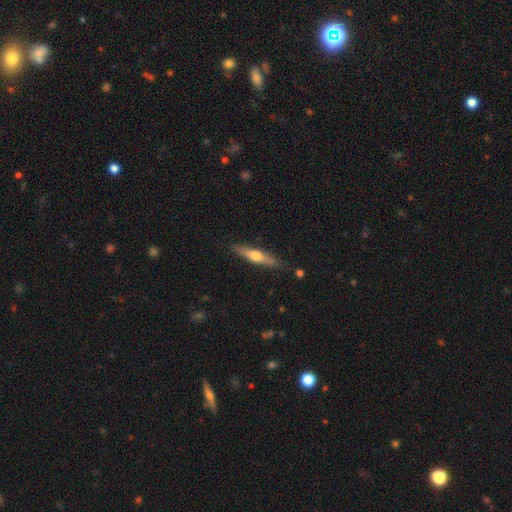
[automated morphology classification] Overall: smooth (48%; featured or disk 46%). Merging: none (86%).